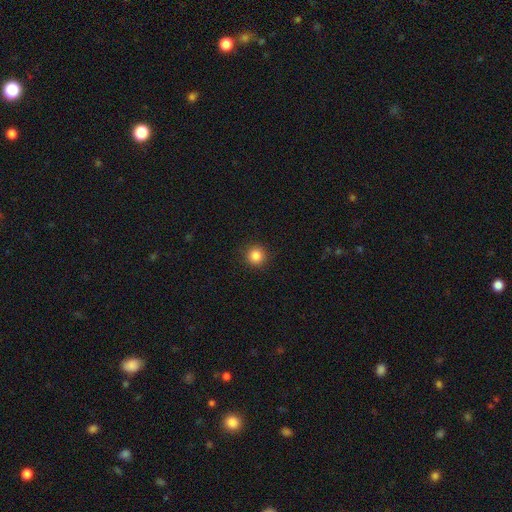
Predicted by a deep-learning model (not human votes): Overall: smooth (85%). How rounded: round (95%). Merging: none (92%).